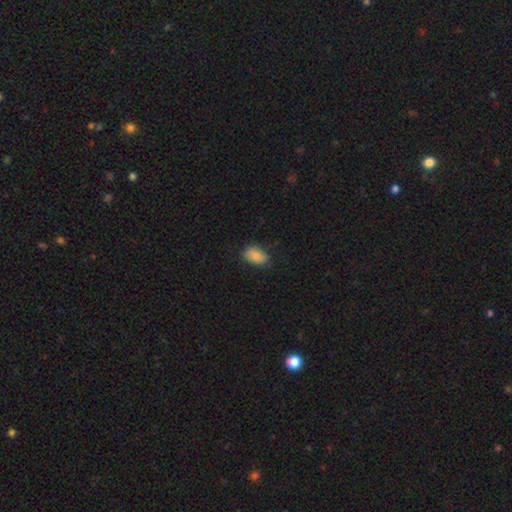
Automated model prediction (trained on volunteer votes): A smooth galaxy with no disk features (84%) that is in between round and cigar-shaped (86%). Merging: none (74%).